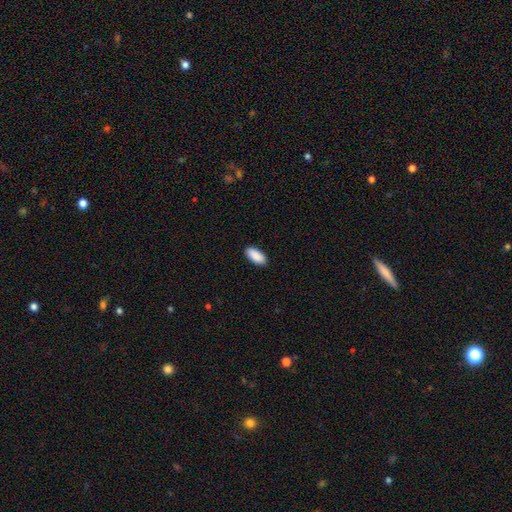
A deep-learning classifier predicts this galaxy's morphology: This is clearly a smooth galaxy (91%). How rounded: clearly in between (91%). Merging: clearly none (90%).